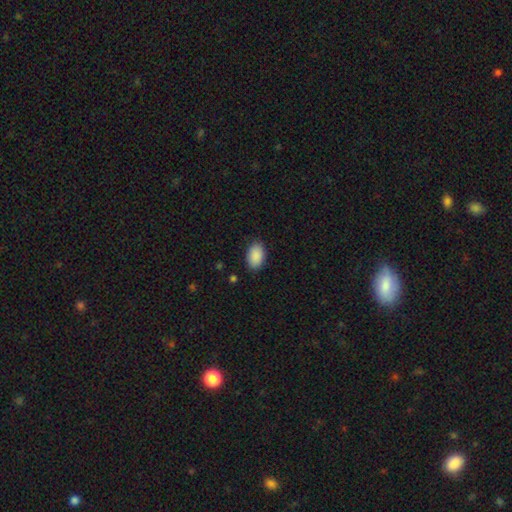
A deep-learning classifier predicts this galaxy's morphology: Smooth or featured: smooth — 90% (star or artifact — 7%)
How rounded: in between — 91% (round — 8%)
Merging: none — 86% (minor disturbance — 10%)